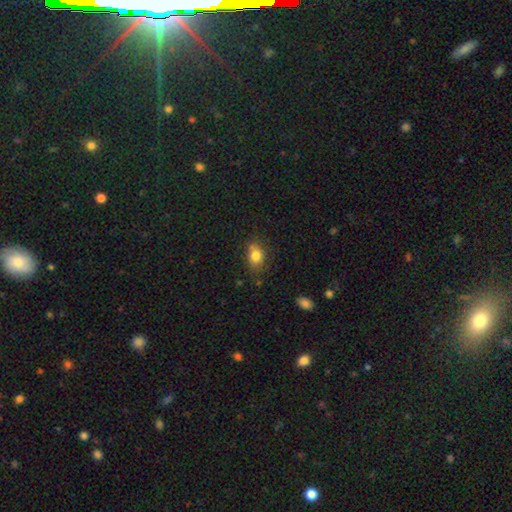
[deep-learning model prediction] A smooth galaxy with no disk features (81%) that is in between round and cigar-shaped (67%). Merging: none (70%).